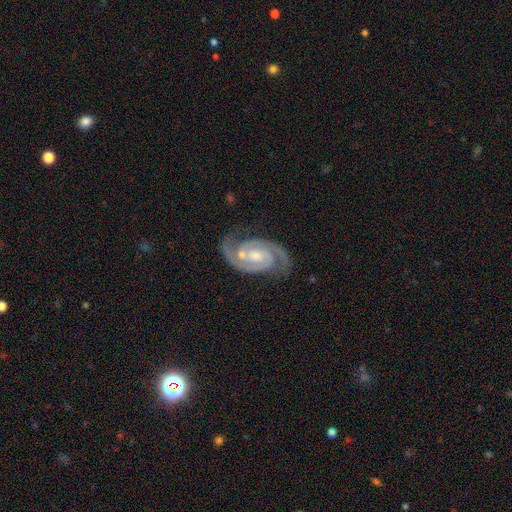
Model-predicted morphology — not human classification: The model was most divided on "bar" (2-way tie): no: 43%, weak: 43%, strong: 14%. More confident: spiral arms — yes (99%); edge-on disk — no (98%); smooth or featured — featured or disk (93%); spiral arm count — 2 (93%); merging — none (81%); spiral winding — tight (54%); bulge size — moderate (52%).